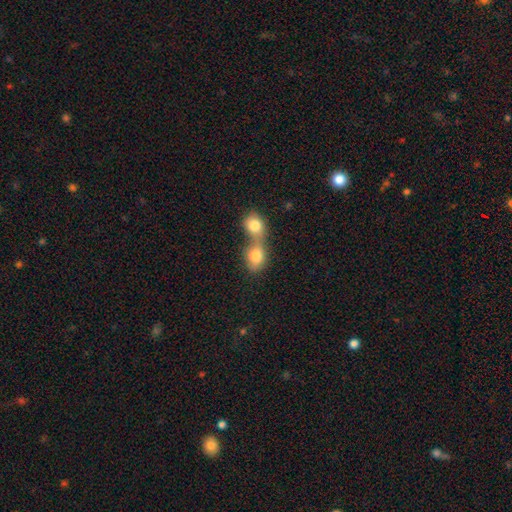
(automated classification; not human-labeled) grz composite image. It shows a smooth galaxy with no disk features (81%) that is round (51%). Merging: merger (74%).